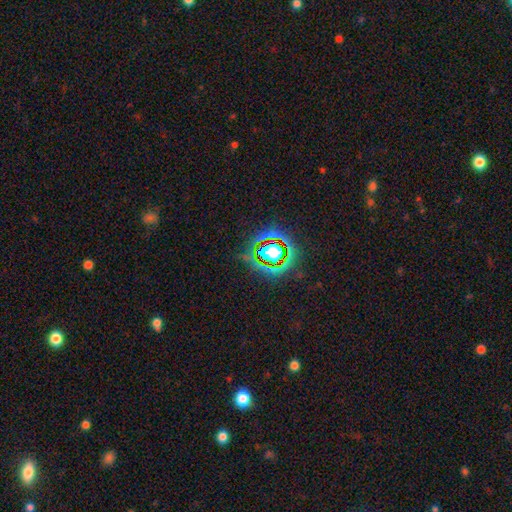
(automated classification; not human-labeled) Smooth or featured? star or artifact (77%)